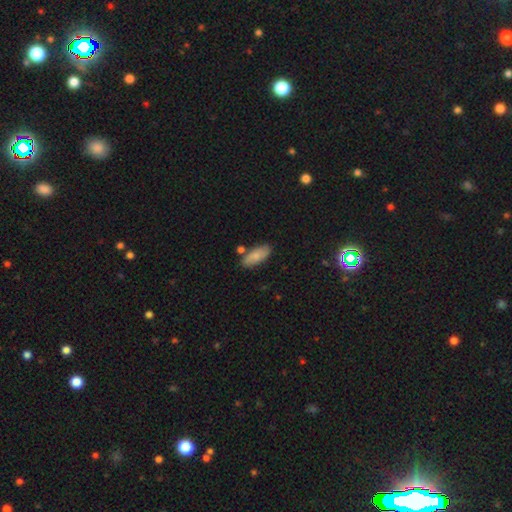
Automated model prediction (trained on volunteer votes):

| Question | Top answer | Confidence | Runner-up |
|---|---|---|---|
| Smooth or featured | smooth | 83% | featured or disk (11%) |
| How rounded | in between | 81% | cigar-shaped (17%) |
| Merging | none | 76% | minor disturbance (14%) |